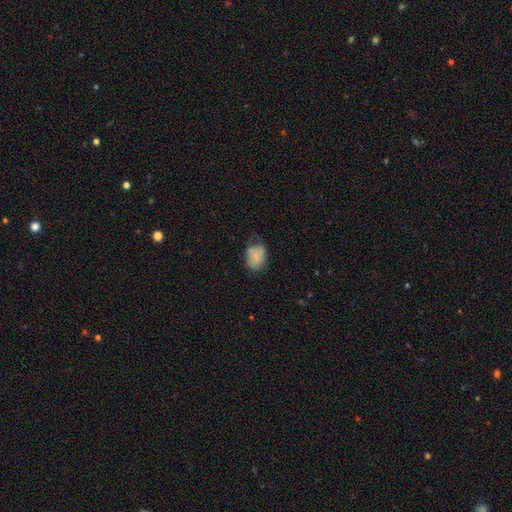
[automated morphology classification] Smooth or featured? Predicted: smooth (p=0.75). How rounded? Predicted: in between (p=0.70). Merging? Predicted: none (p=0.50).